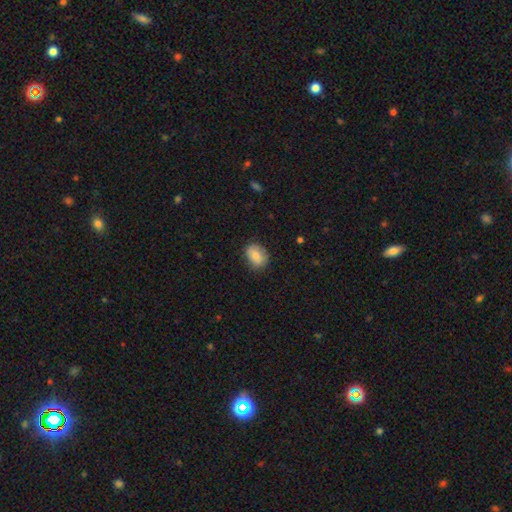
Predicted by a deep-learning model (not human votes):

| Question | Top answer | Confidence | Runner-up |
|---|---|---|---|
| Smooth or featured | smooth | 83% | featured or disk (10%) |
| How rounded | in between | 72% | round (27%) |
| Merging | none | 78% | minor disturbance (17%) |